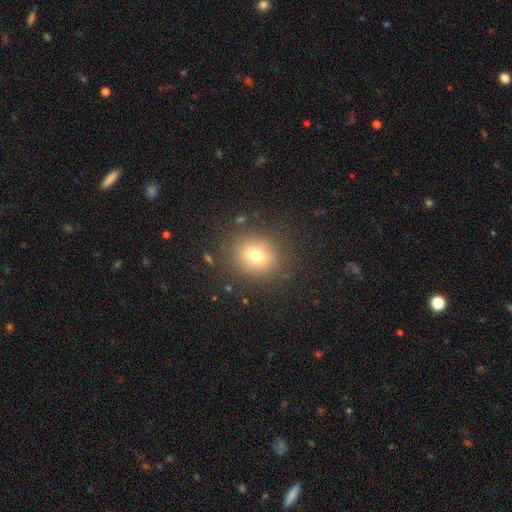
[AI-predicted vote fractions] The model was most divided on "how rounded": round: 74%, in between: 25%, cigar-shaped: 1%. More confident: merging — none (83%); smooth or featured — smooth (71%).